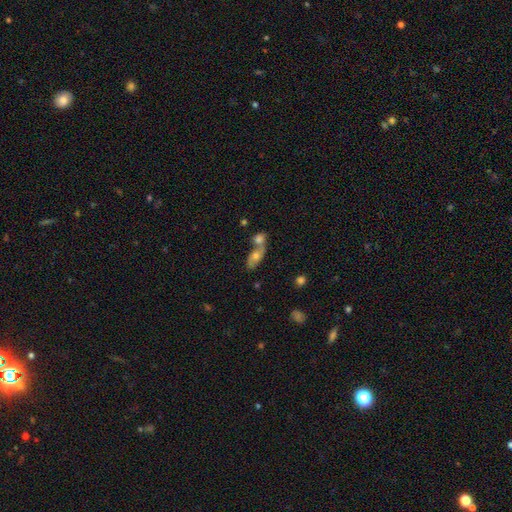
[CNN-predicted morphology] Smooth or featured?
  - smooth: 49% *
  - featured or disk: 40%
  - star or artifact: 11%
Merging?
  - merger: 53% *
  - none: 33%
  - minor disturbance: 9%
  - major disturbance: 5%